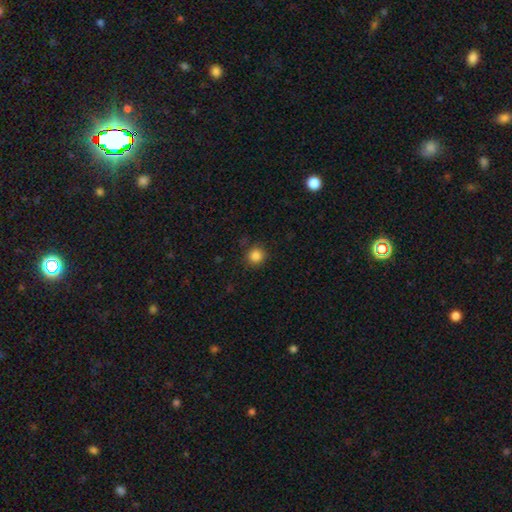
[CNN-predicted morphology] Smooth or featured?
  - smooth: 85% *
  - star or artifact: 11%
  - featured or disk: 3%
How rounded?
  - round: 93% *
  - in between: 6%
  - cigar-shaped: 1%
Merging?
  - none: 87% *
  - minor disturbance: 9%
  - major disturbance: 3%
  - merger: 1%